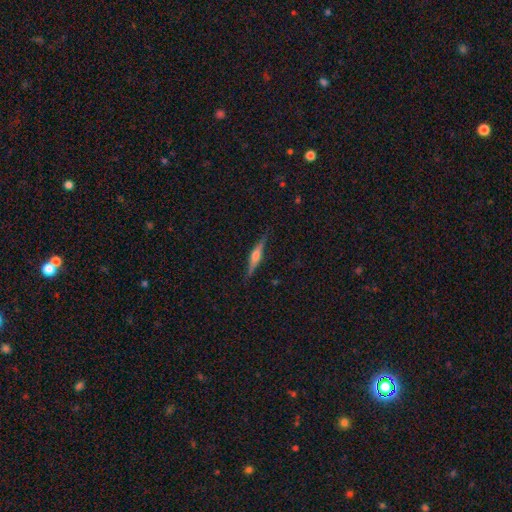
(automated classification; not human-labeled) smooth-or-featured: featured or disk: 70% | smooth: 23% | star or artifact: 7%
  disk-edge-on: yes: 98% | no: 2%
    edge-on-bulge: rounded: 86% | boxy: 9% | none: 4%
  merging: none: 88% | minor disturbance: 9% | major disturbance: 2% | merger: 1%